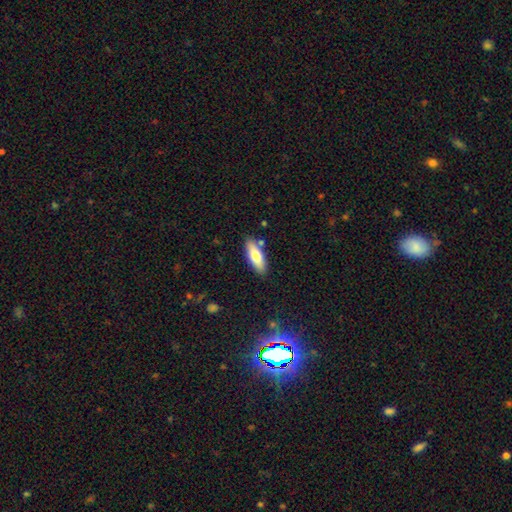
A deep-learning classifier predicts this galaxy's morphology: A smooth galaxy with no disk features (72%) that is in between round and cigar-shaped (65%). Merging: none (83%).